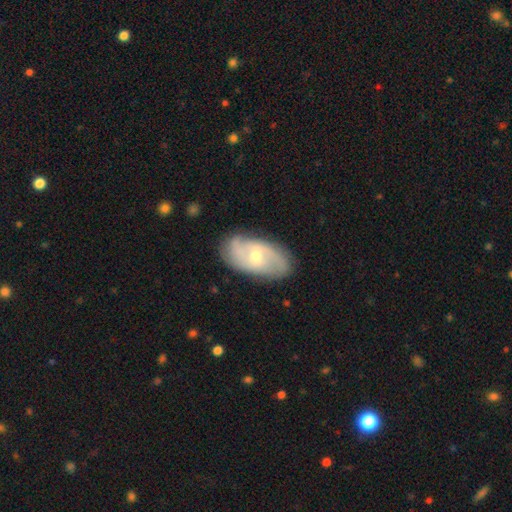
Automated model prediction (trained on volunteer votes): The model was most divided on "bar": weak: 46%, no: 44%, strong: 10%. Remaining: edge-on disk — no (93%); spiral arms — yes (84%); merging — none (76%); smooth or featured — featured or disk (69%); spiral arm count — 2 (55%); bulge size — moderate (51%); spiral winding — medium (42%).